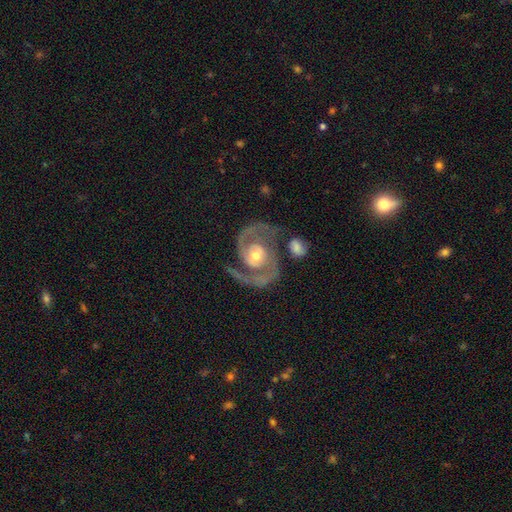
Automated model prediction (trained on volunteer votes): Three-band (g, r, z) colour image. It shows a featured or disk galaxy (92%) with no bar (58%), 2 (93%) medium (57%) spiral arms (98%) and a moderate central bulge (66%). Merging: none (67%).